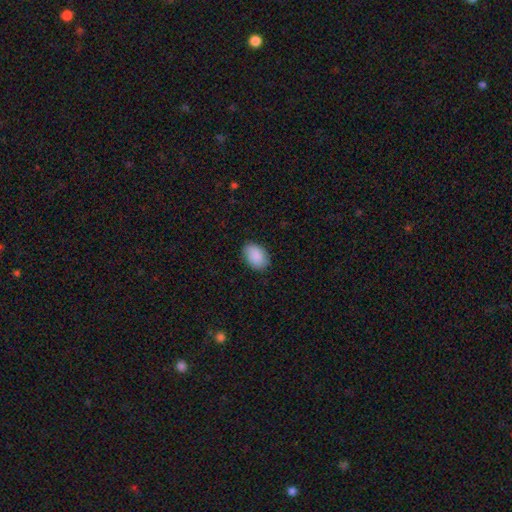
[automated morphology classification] smooth-or-featured: smooth: 90% | star or artifact: 7% | featured or disk: 4%
  how-rounded: in between: 85% | round: 14% | cigar-shaped: 1%
  merging: none: 84% | minor disturbance: 13% | major disturbance: 3% | merger: 1%